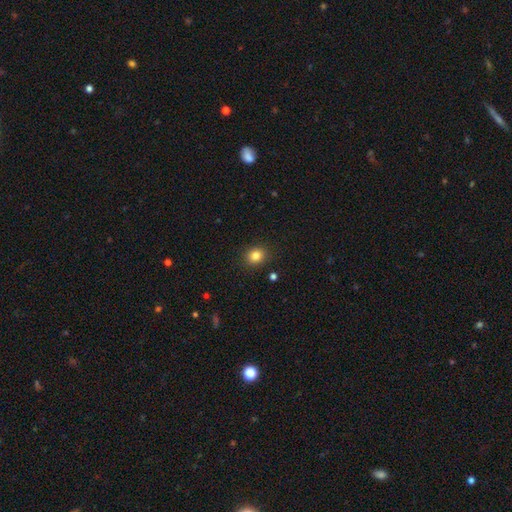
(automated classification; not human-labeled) Q: Smooth or featured?
A: smooth (83%); runner-up: star or artifact (11%)
Q: How rounded?
A: round (68%); runner-up: in between (31%)
Q: Merging?
A: none (89%); runner-up: minor disturbance (8%)